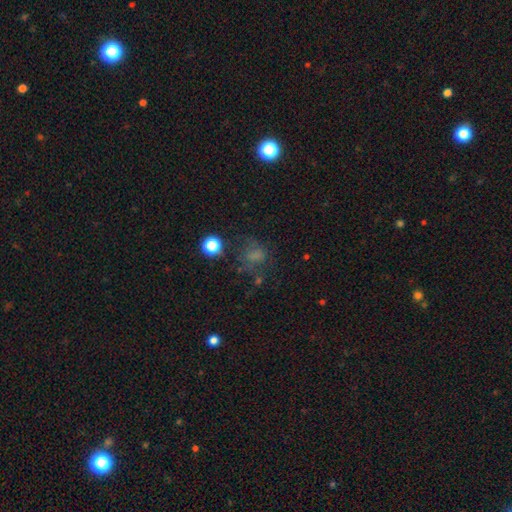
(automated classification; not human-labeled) smooth-or-featured: smooth: 53% | star or artifact: 27% | featured or disk: 20%
  how-rounded: round: 59% | in between: 39% | cigar-shaped: 2%
  merging: none: 52% | major disturbance: 22% | minor disturbance: 20% | merger: 6%